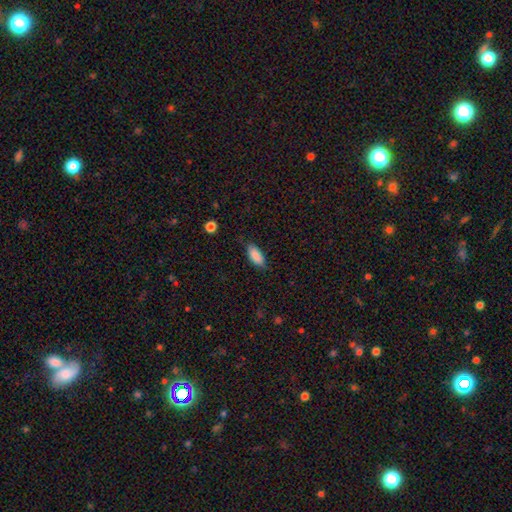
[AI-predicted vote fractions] Overall: smooth (87%). How rounded: in between (84%). Merging: none (81%).